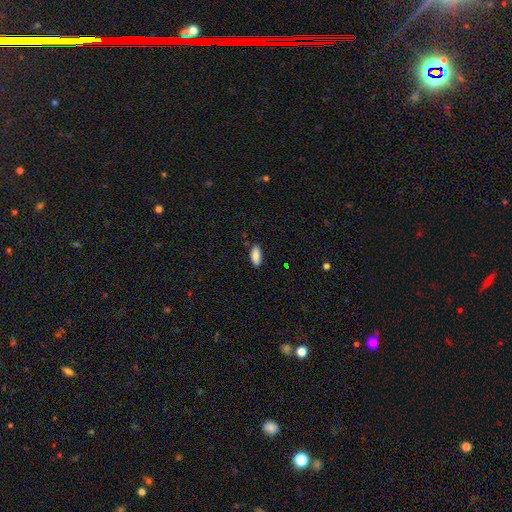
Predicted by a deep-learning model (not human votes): Smooth or featured? Predicted: smooth (p=0.87). How rounded? Predicted: in between (p=0.84). Merging? Predicted: none (p=0.85).